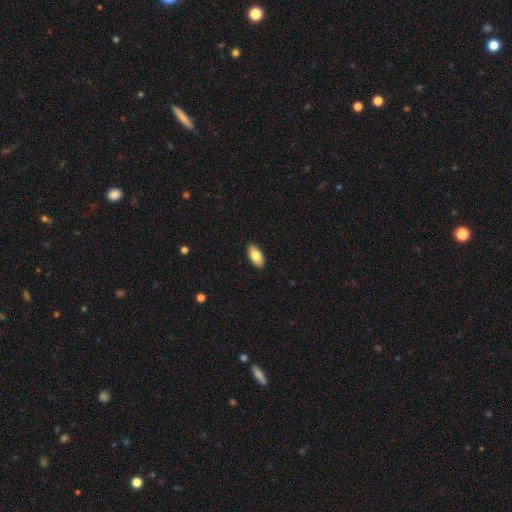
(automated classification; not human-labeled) This is clearly a smooth galaxy (81%). How rounded: clearly in between (93%). Merging: clearly none (90%).